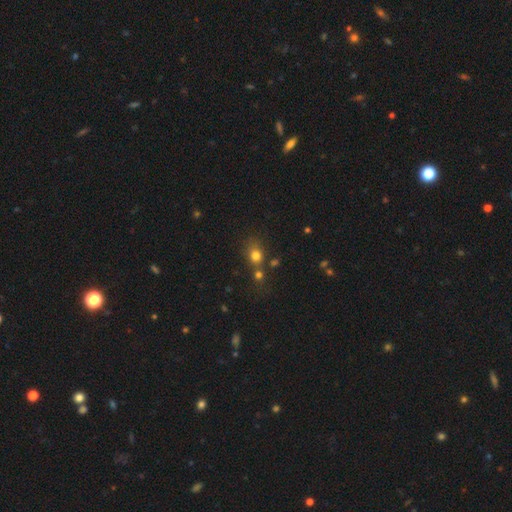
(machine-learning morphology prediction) The model was most divided on "merging": none: 51%, merger: 28%, minor disturbance: 14%, major disturbance: 7%. More confident: smooth or featured — smooth (75%); how rounded — round (62%).